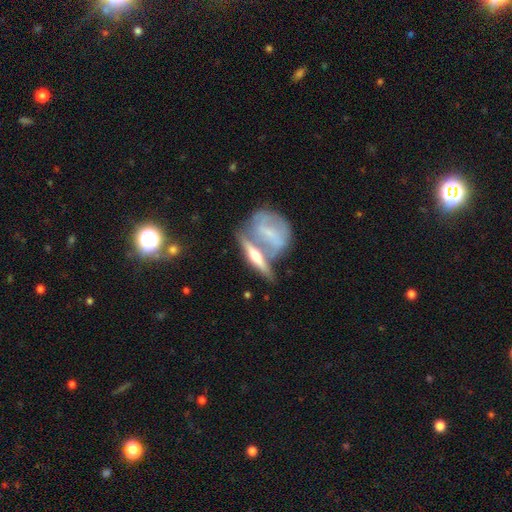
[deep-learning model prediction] Smooth or featured?
  - featured or disk: 66% *
  - smooth: 28%
  - star or artifact: 7%
Edge-on disk?
  - yes: 79% *
  - no: 21%
Edge-on bulge?
  - rounded: 86% *
  - none: 8%
  - boxy: 6%
Merging?
  - merger: 41% * (tied)
  - none: 41% * (tied)
  - minor disturbance: 12%
  - major disturbance: 6%